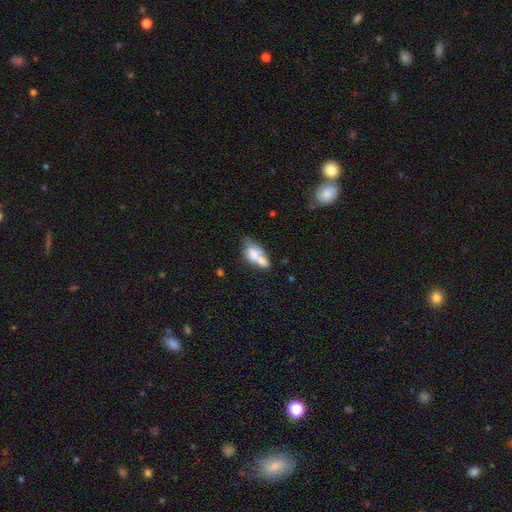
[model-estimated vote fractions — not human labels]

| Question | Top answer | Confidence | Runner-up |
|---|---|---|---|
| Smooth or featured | smooth | 64% | featured or disk (27%) |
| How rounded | in between | 78% | round (14%) |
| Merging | merger | 58% | none (21%) |